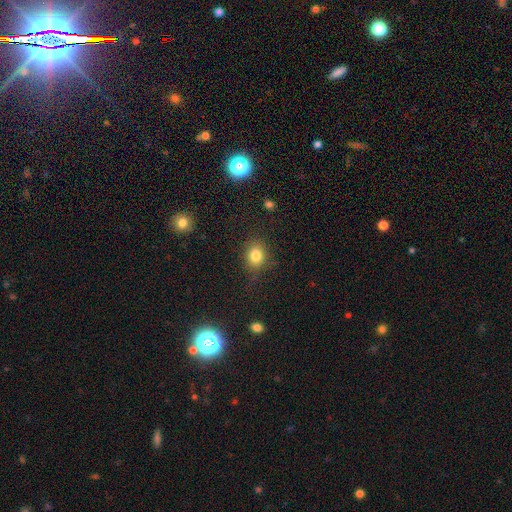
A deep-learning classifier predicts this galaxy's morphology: This is clearly a smooth galaxy (81%). How rounded: possibly round (59%). Merging: likely none (79%).